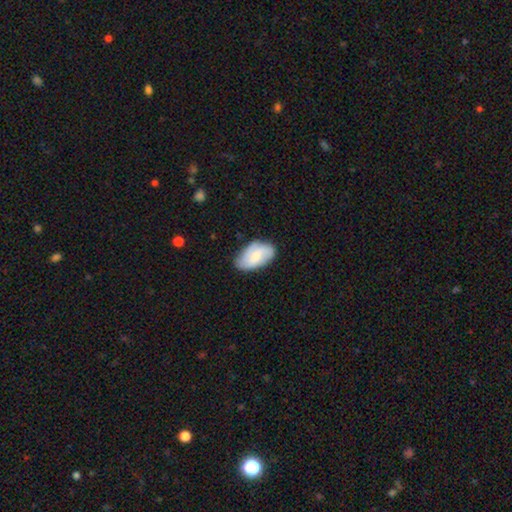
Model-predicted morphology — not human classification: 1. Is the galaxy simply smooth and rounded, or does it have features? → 54% smooth, 40% featured or disk, 7% star or artifact.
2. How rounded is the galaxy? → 93% in between, 5% round, 2% cigar-shaped.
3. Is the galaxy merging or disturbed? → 70% none, 24% minor disturbance, 5% major disturbance, 1% merger.